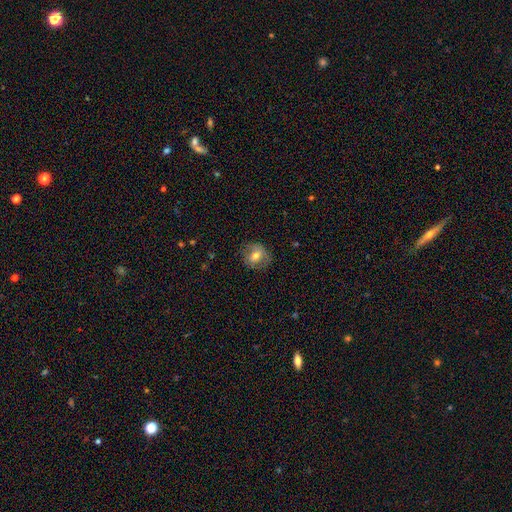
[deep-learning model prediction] Q: Smooth or featured?
A: smooth (58%); runner-up: featured or disk (33%)
Q: How rounded?
A: round (72%); runner-up: in between (27%)
Q: Merging?
A: none (75%); runner-up: minor disturbance (17%)